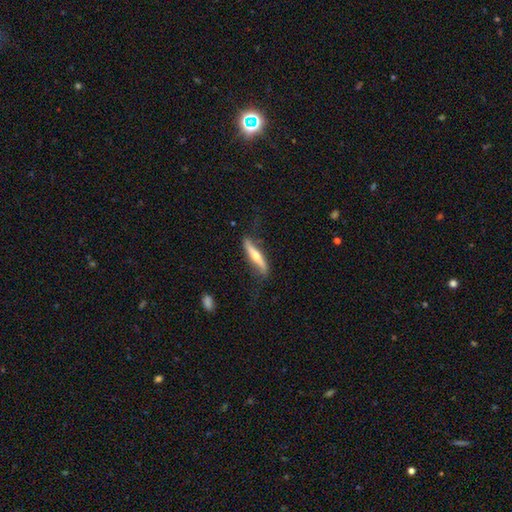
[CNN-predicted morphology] featured or disk 65%, smooth 30%, star or artifact 5%. Down the decision tree: edge-on disk — yes (80%); edge-on bulge — rounded (89%); merging — none (67%).